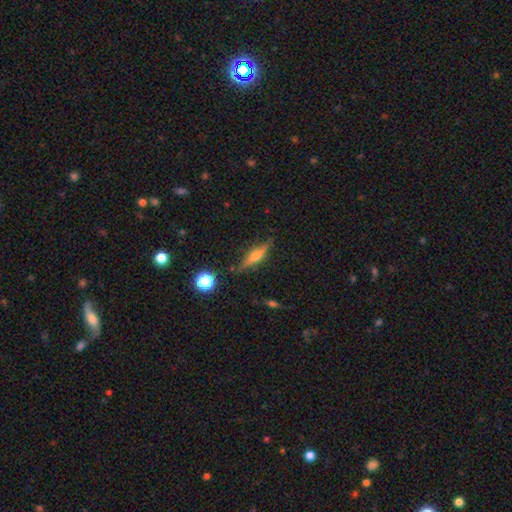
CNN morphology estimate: The model was most divided on "smooth or featured": featured or disk: 60%, smooth: 30%, star or artifact: 10%. More confident: edge-on disk — yes (95%); merging — none (84%); edge-on bulge — rounded (81%).